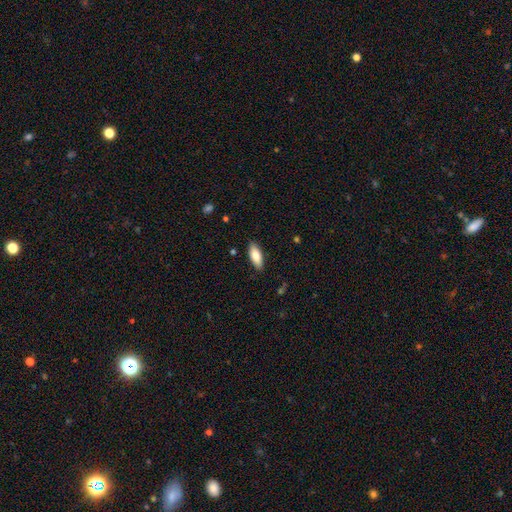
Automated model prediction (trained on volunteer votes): Overall: smooth (79%). How rounded: in between (76%). Merging: none (88%).